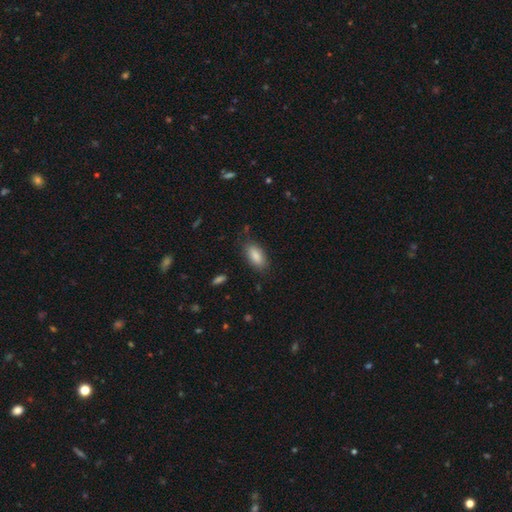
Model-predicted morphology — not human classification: Q: Smooth or featured?
A: smooth (87%); runner-up: star or artifact (7%)
Q: How rounded?
A: in between (89%); runner-up: cigar-shaped (9%)
Q: Merging?
A: none (81%); runner-up: minor disturbance (14%)